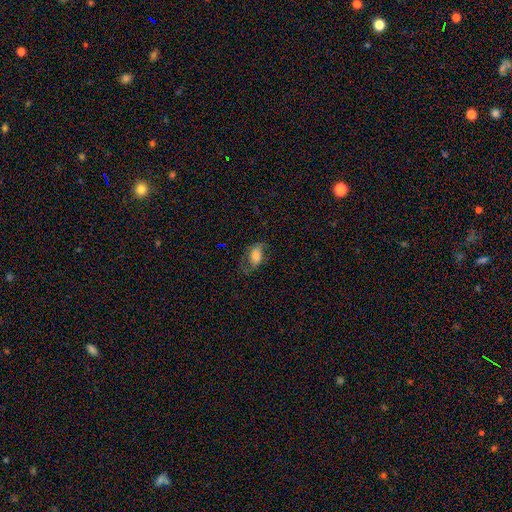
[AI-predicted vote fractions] This is likely a smooth galaxy (62%). How rounded: clearly in between (89%). Merging: possibly none (54%).